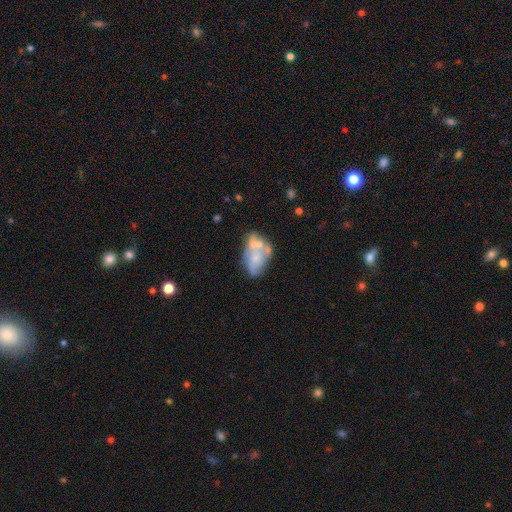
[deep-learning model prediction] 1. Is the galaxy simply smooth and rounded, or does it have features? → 54% featured or disk, 37% smooth, 9% star or artifact.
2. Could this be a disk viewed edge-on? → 97% no, 3% yes.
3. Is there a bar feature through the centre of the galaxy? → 90% no, 8% weak, 2% strong.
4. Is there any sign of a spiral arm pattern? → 84% no, 16% yes.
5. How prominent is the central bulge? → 44% small, 29% moderate, 23% none, 3% large, 1% dominant.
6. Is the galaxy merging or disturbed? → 38% merger, 28% none, 20% minor disturbance, 15% major disturbance.